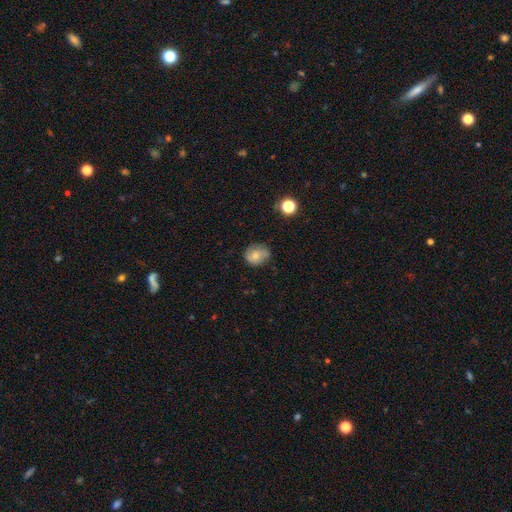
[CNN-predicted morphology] The model was most divided on "merging": none: 63%, minor disturbance: 28%, major disturbance: 6%, merger: 2%. More confident: how rounded — round (68%); smooth or featured — smooth (67%).